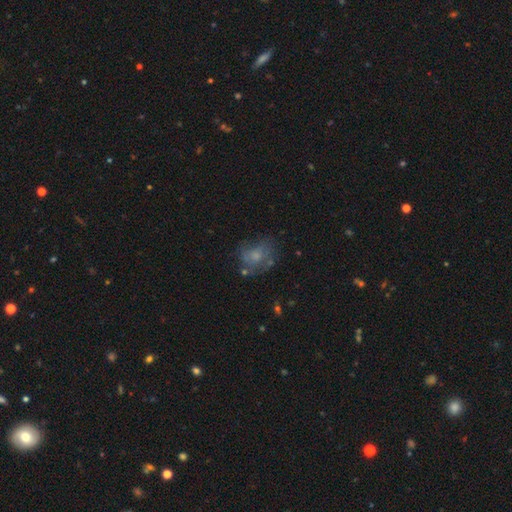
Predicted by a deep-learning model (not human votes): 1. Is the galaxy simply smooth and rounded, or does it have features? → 48% smooth, 39% featured or disk, 13% star or artifact.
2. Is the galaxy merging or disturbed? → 53% none, 24% minor disturbance, 18% major disturbance, 6% merger.